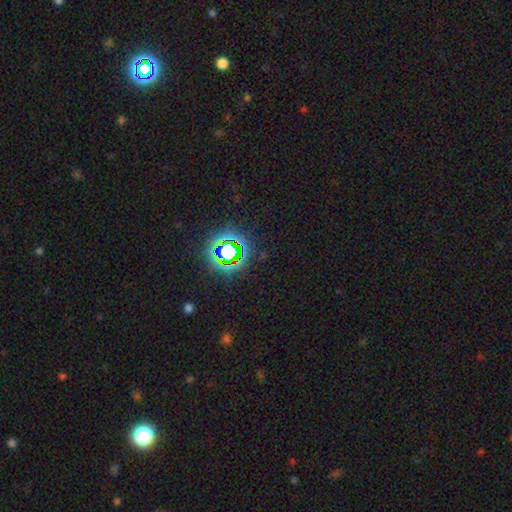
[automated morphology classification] This appears to be a star or artifact, not a galaxy (80%).